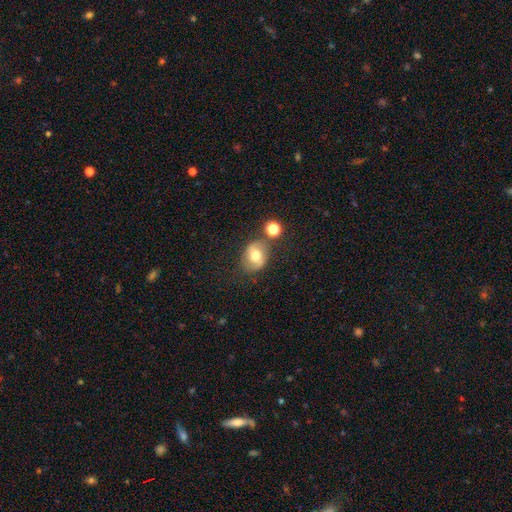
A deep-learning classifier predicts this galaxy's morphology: smooth 58%, featured or disk 31%, star or artifact 11%. Down the decision tree: how rounded — in between (53%); merging — none (66%).